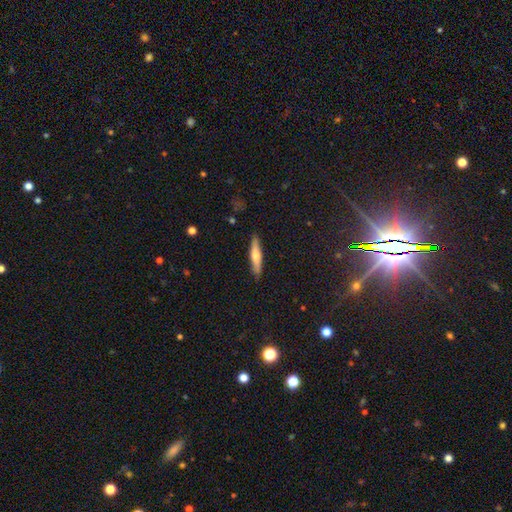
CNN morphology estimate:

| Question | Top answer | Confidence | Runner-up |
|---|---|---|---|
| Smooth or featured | smooth | 55% | featured or disk (39%) |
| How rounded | cigar-shaped | 85% | in between (13%) |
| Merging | none | 88% | minor disturbance (9%) |